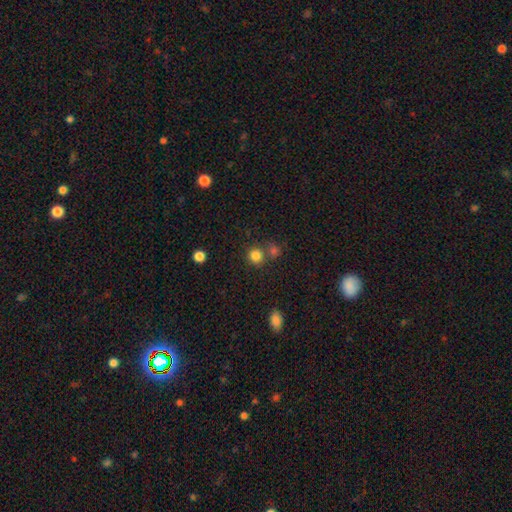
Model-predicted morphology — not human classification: A smooth galaxy with no disk features (82%) that is round (90%). Merging: none (69%).